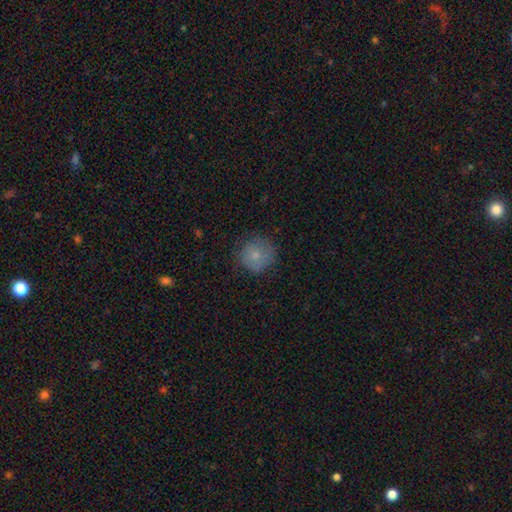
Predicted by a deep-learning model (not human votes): Q: Smooth or featured?
A: smooth (77%); runner-up: featured or disk (13%)
Q: How rounded?
A: round (92%); runner-up: in between (7%)
Q: Merging?
A: none (79%); runner-up: minor disturbance (16%)